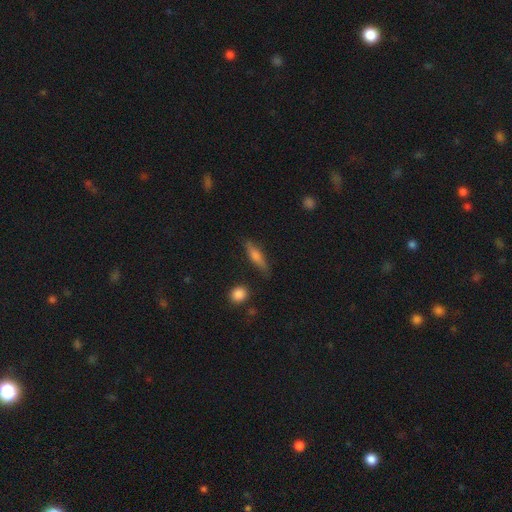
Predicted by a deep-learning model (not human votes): This is likely a smooth galaxy (67%). How rounded: likely cigar-shaped (69%). Merging: likely none (78%).